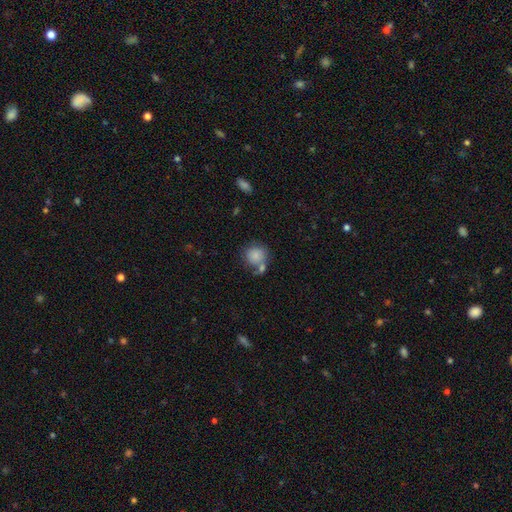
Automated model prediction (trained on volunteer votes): Morphology: type=smooth (83%); roundness=round (85%); merging=none (52%).